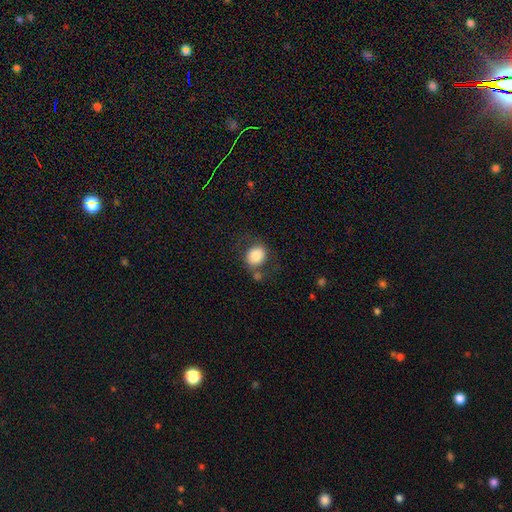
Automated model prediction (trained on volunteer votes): This appears to be a smooth galaxy with no disk features (77%) that is round (64%). Merging: none (64%).